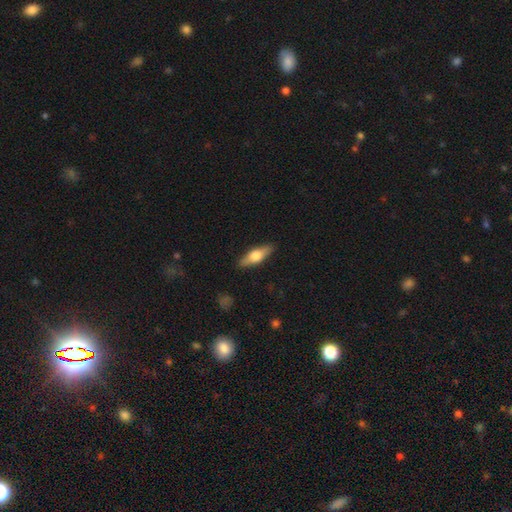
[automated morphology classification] A smooth galaxy with no disk features (51%) that is in between round and cigar-shaped (54%).

Vote fractions:
- Smooth or featured? smooth: 51% / featured or disk: 43% / star or artifact: 6%
- How rounded? in between: 54% / cigar-shaped: 43% / round: 3%
- Merging? none: 88% / minor disturbance: 9% / major disturbance: 2% / merger: 1%